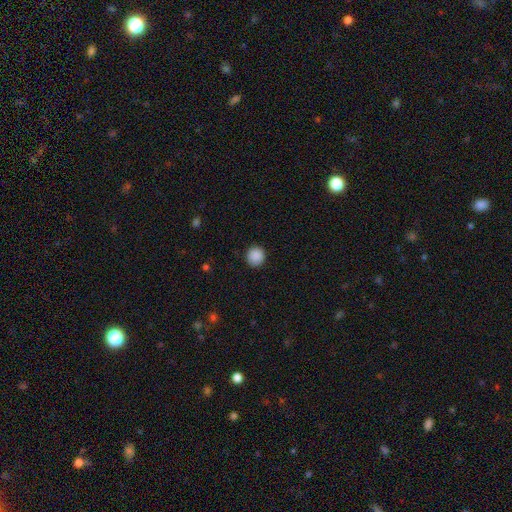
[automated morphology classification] Smooth or featured? Predicted: smooth (p=0.89). How rounded? Predicted: round (p=0.93). Merging? Predicted: none (p=0.91).